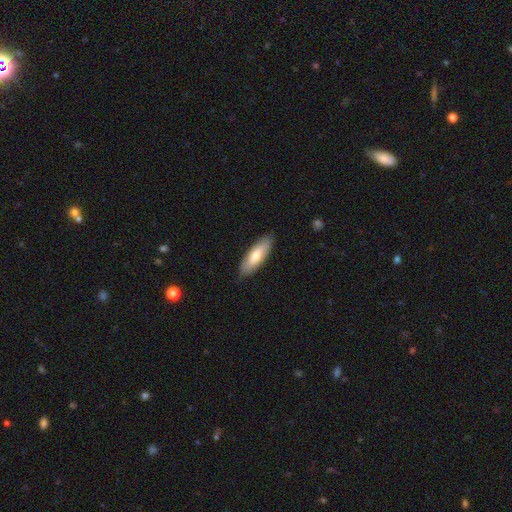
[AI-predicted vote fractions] smooth-or-featured: smooth: 71% | featured or disk: 24% | star or artifact: 5%
  how-rounded: in between: 62% | cigar-shaped: 36% | round: 2%
  merging: none: 85% | minor disturbance: 12% | major disturbance: 2% | merger: 1%